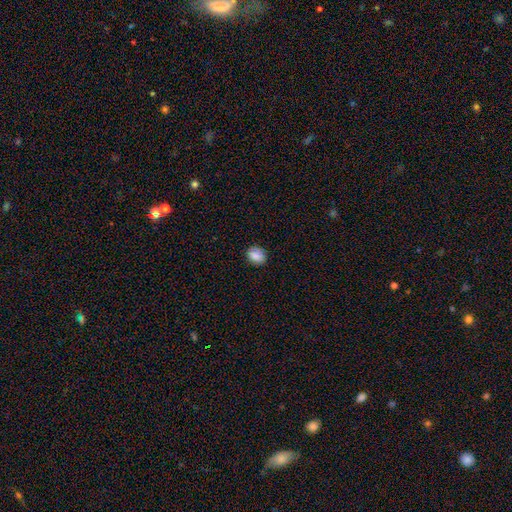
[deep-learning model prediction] A smooth galaxy with no disk features (87%) that is in between round and cigar-shaped (50%). Merging: none (87%).